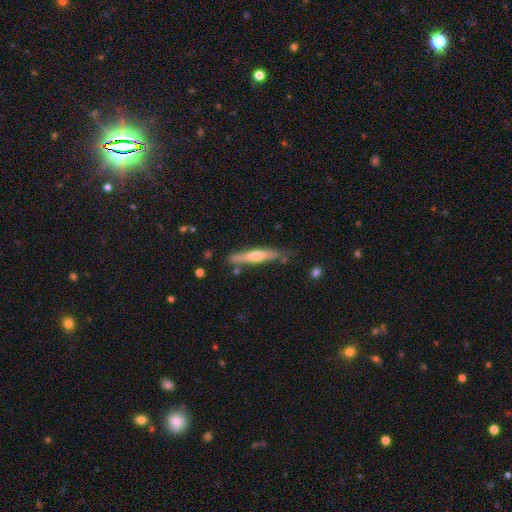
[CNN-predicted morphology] smooth-or-featured: featured or disk: 58% | smooth: 36% | star or artifact: 6%
  disk-edge-on: yes: 94% | no: 6%
    edge-on-bulge: rounded: 79% | none: 13% | boxy: 9%
  merging: none: 79% | minor disturbance: 15% | merger: 4% | major disturbance: 3%